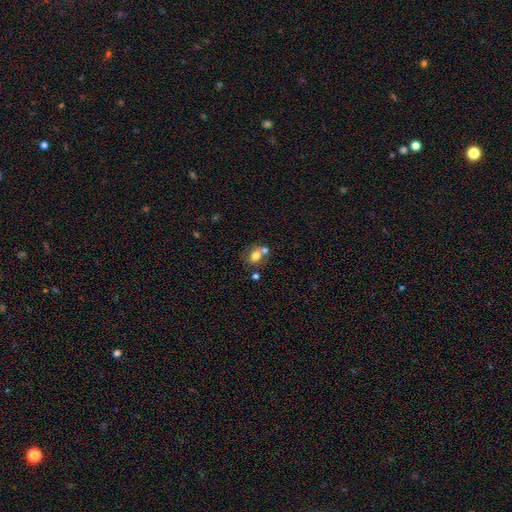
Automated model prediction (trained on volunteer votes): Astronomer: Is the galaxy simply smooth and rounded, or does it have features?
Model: smooth — 72%.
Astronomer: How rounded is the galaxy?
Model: in between — 53% (runner-up: round, 45%).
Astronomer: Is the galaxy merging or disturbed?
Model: merger — 41%, tied with none at 41%.